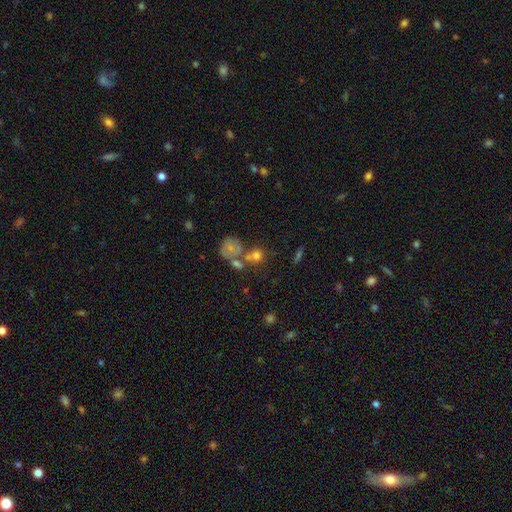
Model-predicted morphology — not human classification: This is likely a smooth galaxy (69%). How rounded: clearly round (81%). Merging: possibly none (47%).